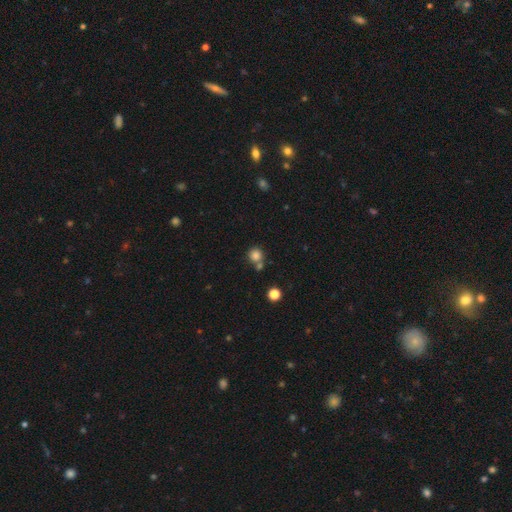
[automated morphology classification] Smooth or featured: smooth — 82% (star or artifact — 12%)
How rounded: round — 91% (in between — 8%)
Merging: none — 61% (merger — 26%)